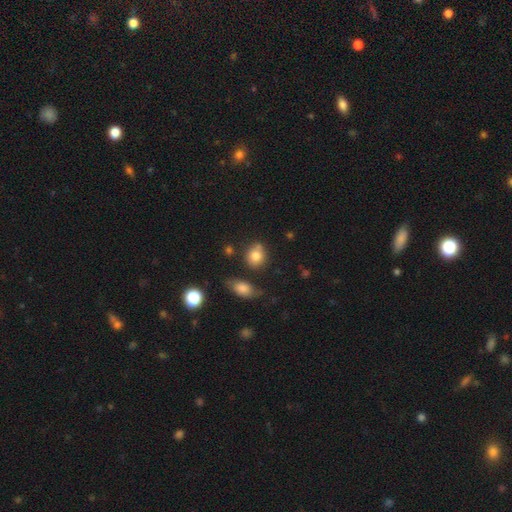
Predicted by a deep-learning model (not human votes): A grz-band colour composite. It shows a smooth galaxy with no disk features (81%) that is round (67%). Merging: none (68%).